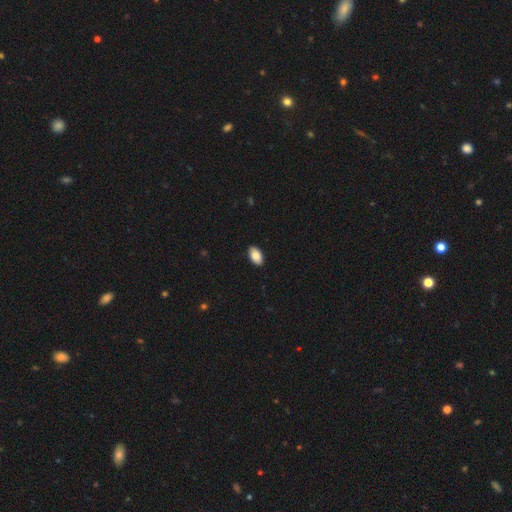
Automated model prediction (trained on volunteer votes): smooth-or-featured: smooth: 85% | featured or disk: 8% | star or artifact: 7%
  how-rounded: in between: 94% | round: 5% | cigar-shaped: 2%
  merging: none: 89% | minor disturbance: 8% | major disturbance: 2% | merger: 1%